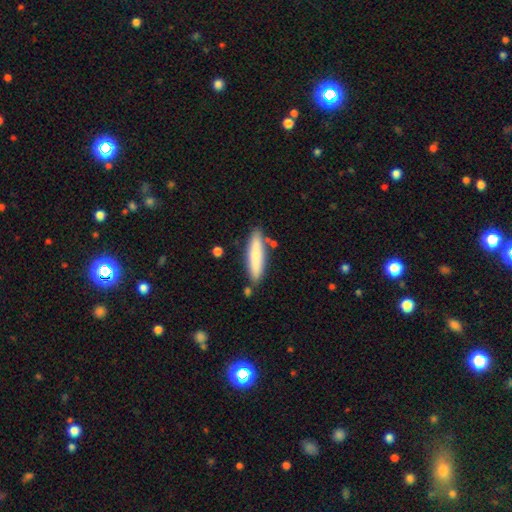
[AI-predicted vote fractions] Morphology: type=smooth (76%); roundness=cigar-shaped (78%); merging=none (80%).